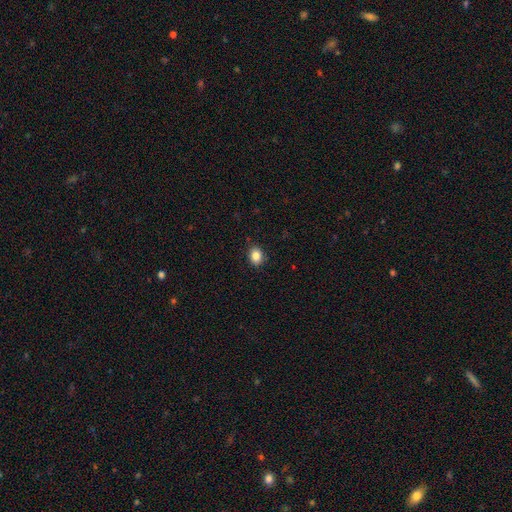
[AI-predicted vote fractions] Morphology: type=smooth (85%); roundness=in between (57%); merging=none (88%).